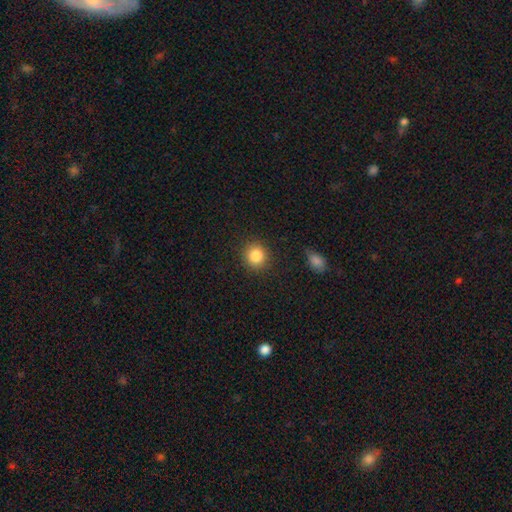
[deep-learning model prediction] A smooth galaxy with no disk features (85%) that is round (87%).

Vote fractions:
- Smooth or featured? smooth: 85% / star or artifact: 10% / featured or disk: 5%
- How rounded? round: 87% / in between: 12% / cigar-shaped: 1%
- Merging? none: 89% / minor disturbance: 7% / major disturbance: 2% / merger: 1%